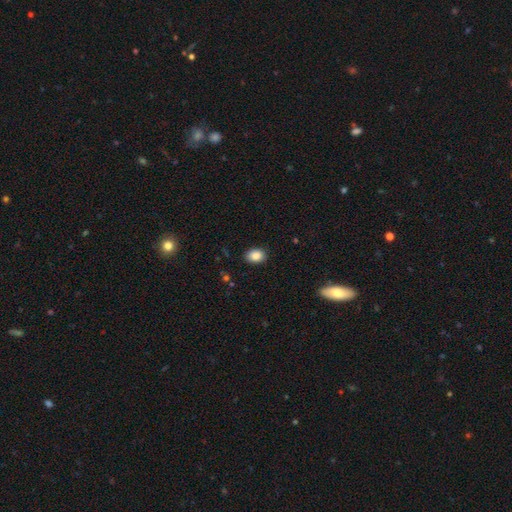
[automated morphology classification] This is clearly a smooth galaxy (88%). How rounded: likely in between (70%). Merging: clearly none (88%).